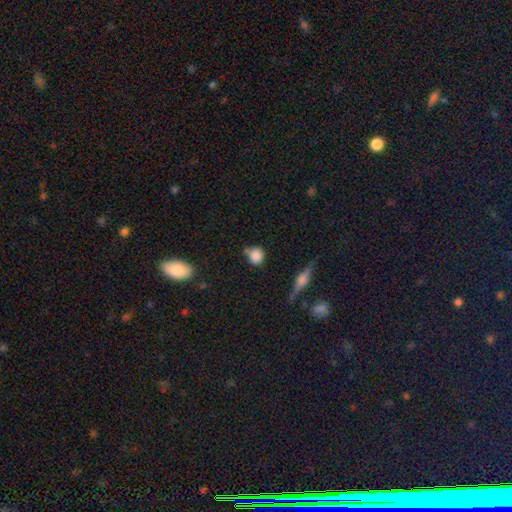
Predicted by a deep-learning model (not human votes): smooth_or_featured: smooth (p=0.83) [alt: star or artifact p=0.10]
how_rounded: round (p=0.85) [alt: in between p=0.13]
merging: none (p=0.67) [alt: minor disturbance p=0.18]